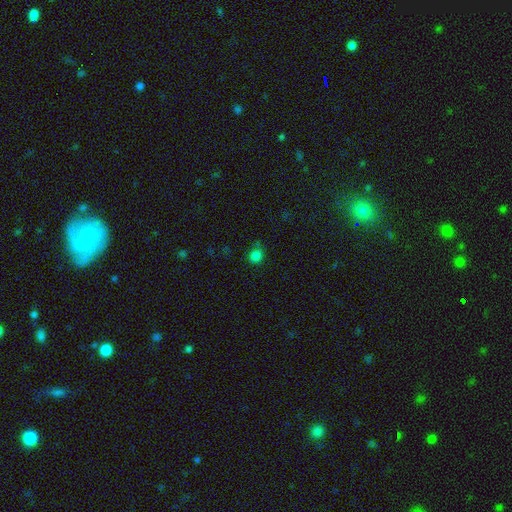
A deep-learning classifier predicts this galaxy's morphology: A smooth galaxy with no disk features (80%) that is round (77%). Merging: none (74%).